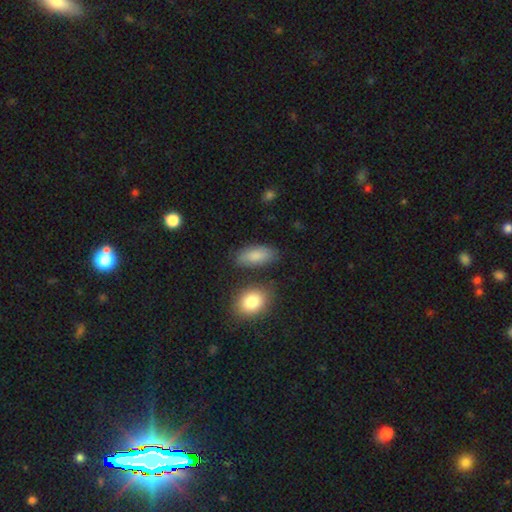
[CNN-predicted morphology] A smooth galaxy with no disk features (84%) that is in between round and cigar-shaped (88%).

Vote fractions:
- Smooth or featured? smooth: 84% / featured or disk: 9% / star or artifact: 7%
- How rounded? in between: 88% / cigar-shaped: 8% / round: 3%
- Merging? none: 73% / minor disturbance: 16% / merger: 6% / major disturbance: 5%